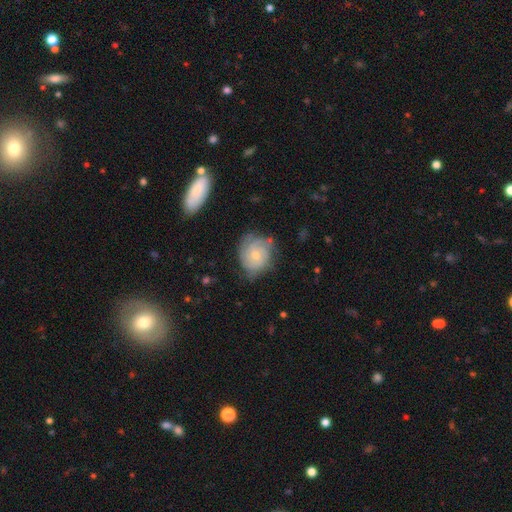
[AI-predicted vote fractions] A featured or disk galaxy (71%) with no bar (65%), tight (64%) spiral arms (93%) and a small central bulge (57%). Merging: none (67%).